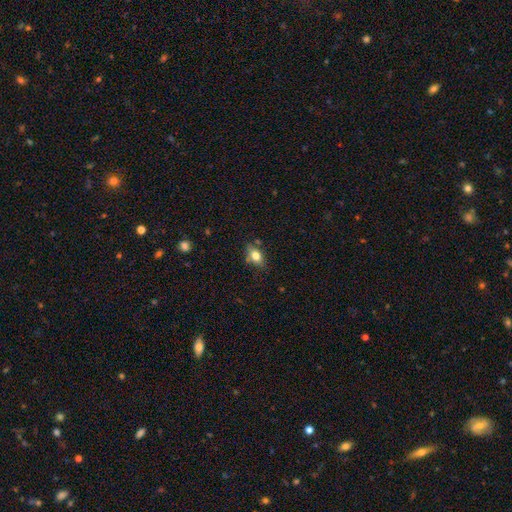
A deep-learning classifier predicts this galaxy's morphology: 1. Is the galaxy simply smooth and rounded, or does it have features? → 76% smooth, 15% featured or disk, 9% star or artifact.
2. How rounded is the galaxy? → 83% in between, 12% round, 5% cigar-shaped.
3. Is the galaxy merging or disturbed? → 72% none, 19% minor disturbance, 5% merger, 4% major disturbance.